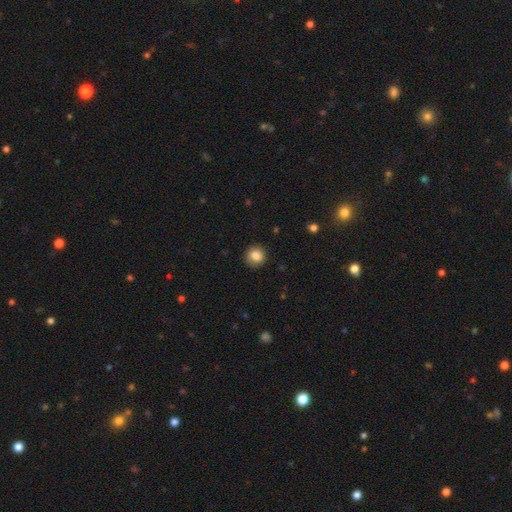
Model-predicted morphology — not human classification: This appears to be a smooth galaxy with no disk features (85%) that is round (93%). Merging: none (89%).